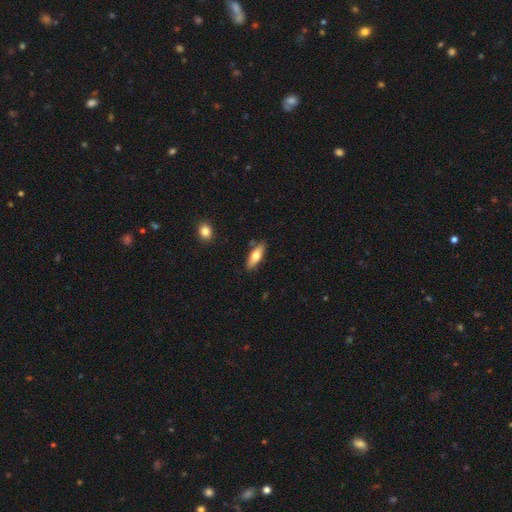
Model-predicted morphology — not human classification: smooth_or_featured: smooth (p=0.64) [alt: featured or disk p=0.30]
how_rounded: in between (p=0.53) [alt: cigar-shaped p=0.45]
merging: none (p=0.85) [alt: minor disturbance p=0.11]